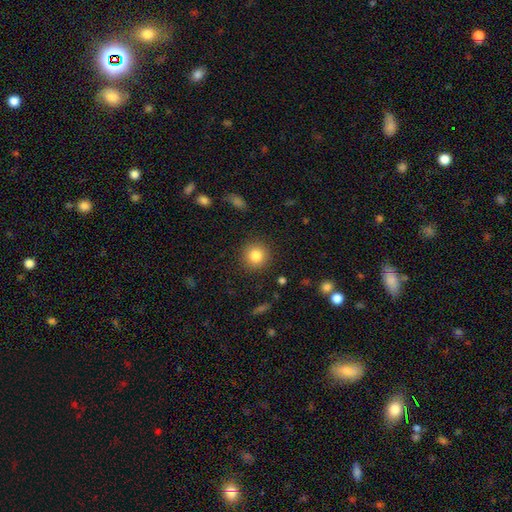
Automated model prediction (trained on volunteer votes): Q: Smooth or featured?
A: smooth (83%); runner-up: star or artifact (10%)
Q: How rounded?
A: round (93%); runner-up: in between (6%)
Q: Merging?
A: none (90%); runner-up: minor disturbance (6%)